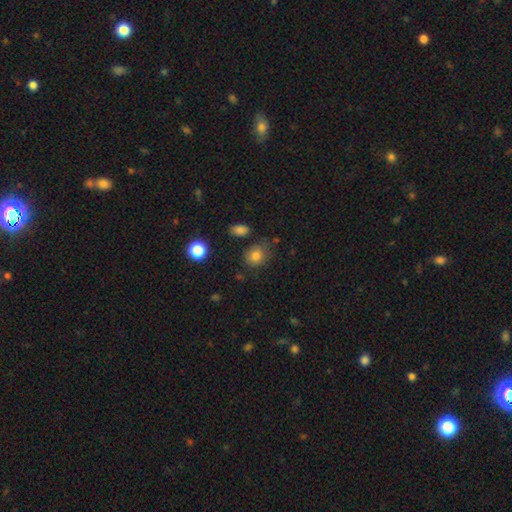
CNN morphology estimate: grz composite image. It shows a smooth galaxy with no disk features (81%) that is round (67%). Merging: none (72%).